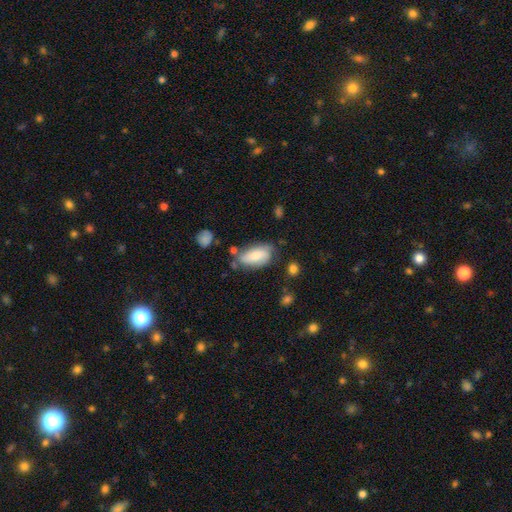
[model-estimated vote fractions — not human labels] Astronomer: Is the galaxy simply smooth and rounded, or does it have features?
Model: smooth — 72%.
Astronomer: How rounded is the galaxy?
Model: in between — 91%.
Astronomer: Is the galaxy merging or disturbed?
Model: none — 57%.